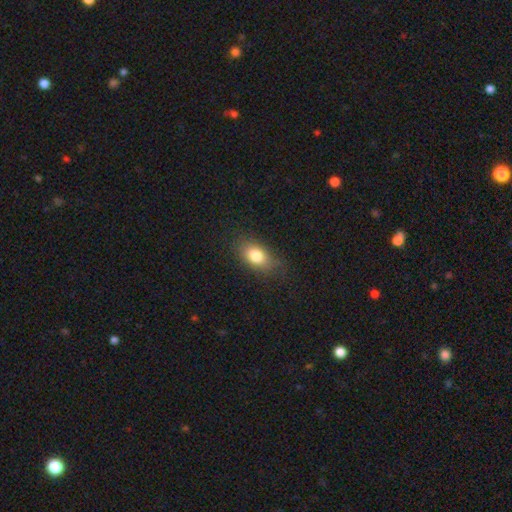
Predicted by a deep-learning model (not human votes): smooth-or-featured: smooth: 81% | featured or disk: 10% | star or artifact: 9%
  how-rounded: in between: 82% | round: 15% | cigar-shaped: 3%
  merging: none: 75% | minor disturbance: 18% | major disturbance: 5% | merger: 1%